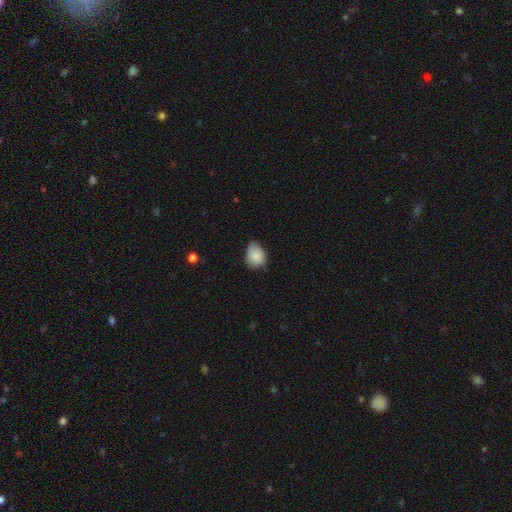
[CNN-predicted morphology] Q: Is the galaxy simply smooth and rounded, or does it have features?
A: smooth — 84%.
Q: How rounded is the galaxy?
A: in between — 50%.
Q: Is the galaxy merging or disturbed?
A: minor disturbance — 47%.